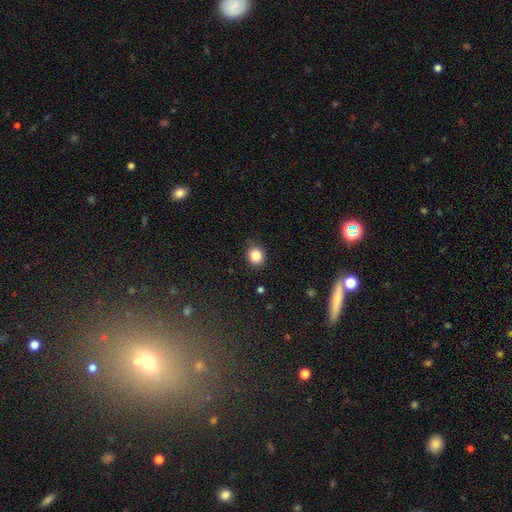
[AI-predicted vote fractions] smooth_or_featured: smooth (p=0.84) [alt: star or artifact p=0.10]
how_rounded: round (p=0.77) [alt: in between p=0.22]
merging: none (p=0.88) [alt: minor disturbance p=0.09]